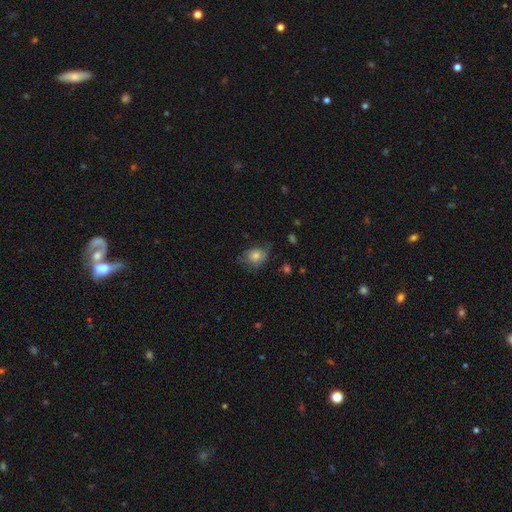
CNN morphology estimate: Q: Smooth or featured?
A: smooth (77%); runner-up: featured or disk (13%)
Q: How rounded?
A: round (55%); runner-up: in between (44%)
Q: Merging?
A: none (61%); runner-up: minor disturbance (28%)